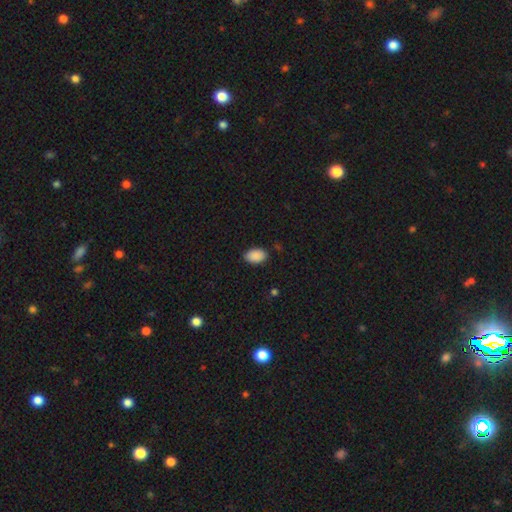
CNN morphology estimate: smooth-or-featured: smooth: 90% | star or artifact: 7% | featured or disk: 3%
  how-rounded: in between: 92% | round: 7% | cigar-shaped: 1%
  merging: none: 86% | minor disturbance: 11% | major disturbance: 2% | merger: 1%